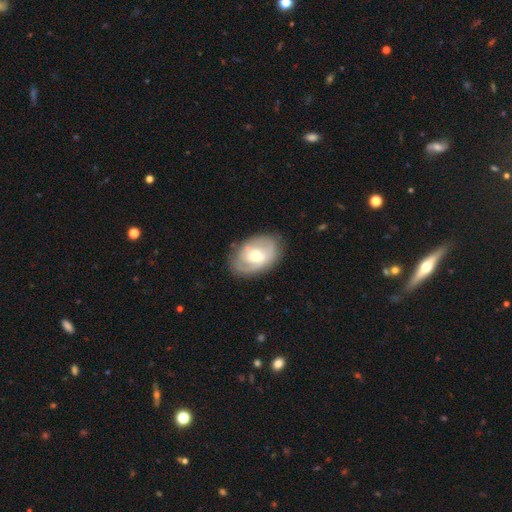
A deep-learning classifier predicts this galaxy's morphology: A featured or disk galaxy (66%) with no bar (44%), spiral arms (74%) and a moderate central bulge (66%). Merging: none (76%).